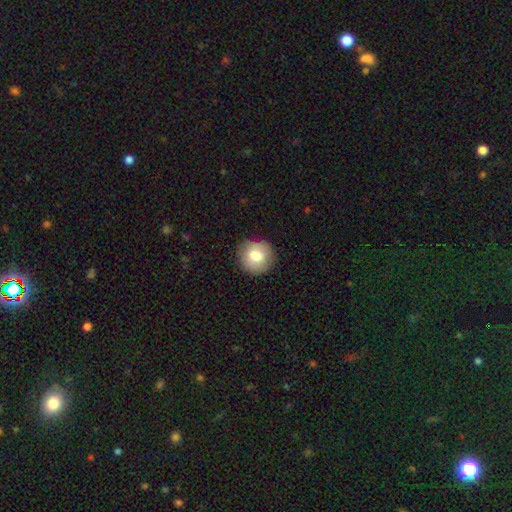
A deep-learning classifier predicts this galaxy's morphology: This is likely a smooth galaxy (79%). How rounded: clearly round (93%). Merging: clearly none (87%).